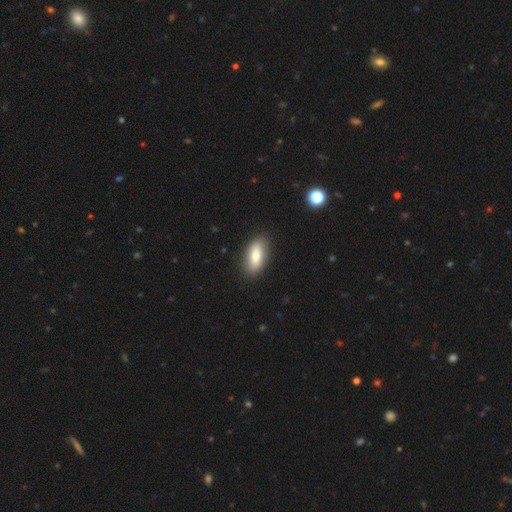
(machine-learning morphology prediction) type=smooth (78%); roundness=in between (85%); merging=none (86%).